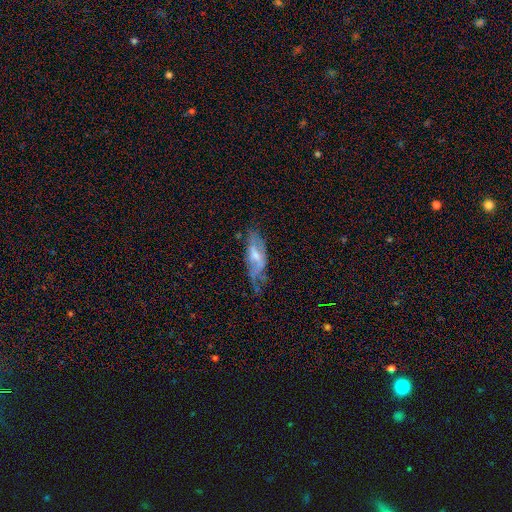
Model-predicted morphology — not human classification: Smooth or featured? featured or disk (56%)
Edge-on disk? no (74%)
Merging? none (44%)